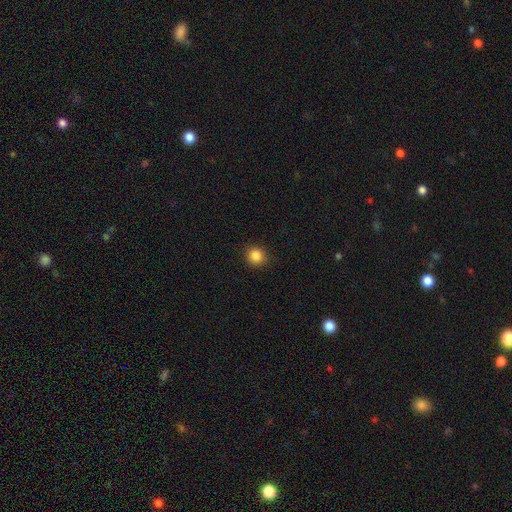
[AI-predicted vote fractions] smooth 86%, star or artifact 11%, featured or disk 4%. Down the decision tree: how rounded — round (87%); merging — none (90%).